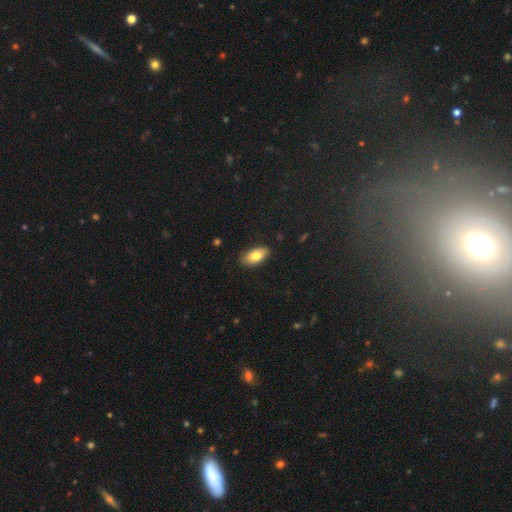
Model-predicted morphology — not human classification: This is likely a smooth galaxy (80%). How rounded: clearly in between (91%). Merging: clearly none (86%).